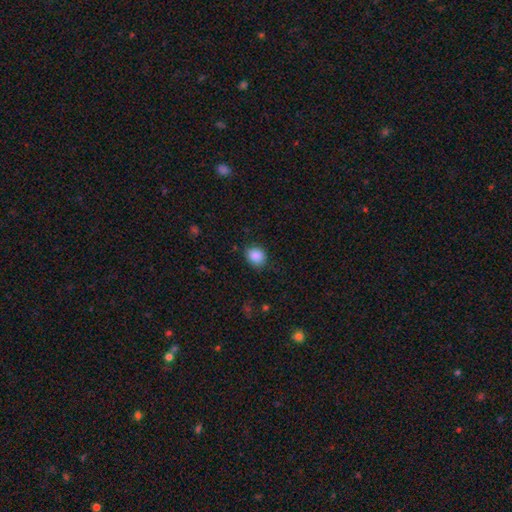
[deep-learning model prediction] Overall: smooth (88%). How rounded: round (68%; in between 31%). Merging: none (78%).